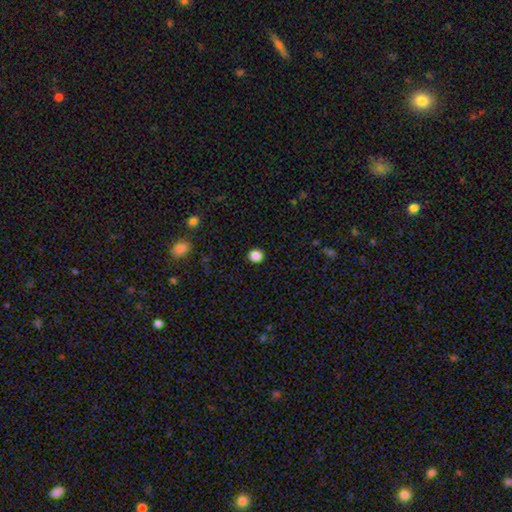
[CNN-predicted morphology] The model was most divided on "how rounded": round: 84%, in between: 15%, cigar-shaped: 1%. More confident: merging — none (92%); smooth or featured — smooth (86%).